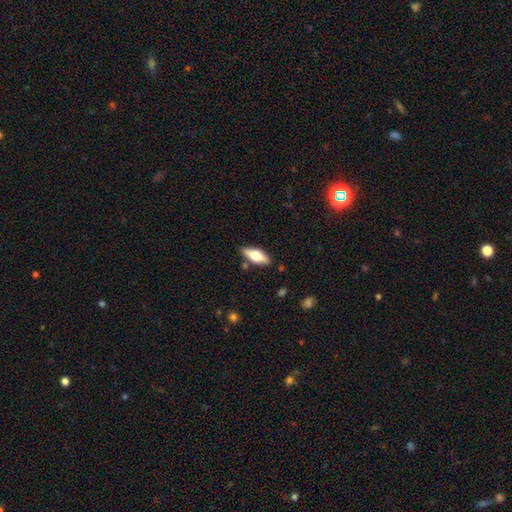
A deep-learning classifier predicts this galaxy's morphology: The model was most divided on "smooth or featured": smooth: 58%, featured or disk: 36%, star or artifact: 6%. More confident: merging — none (84%); how rounded — in between (66%).